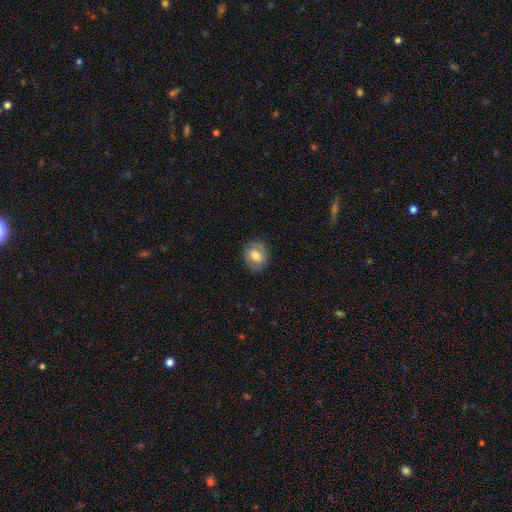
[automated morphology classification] smooth 70%, featured or disk 21%, star or artifact 8%. Down the decision tree: how rounded — round (61%); merging — none (77%).